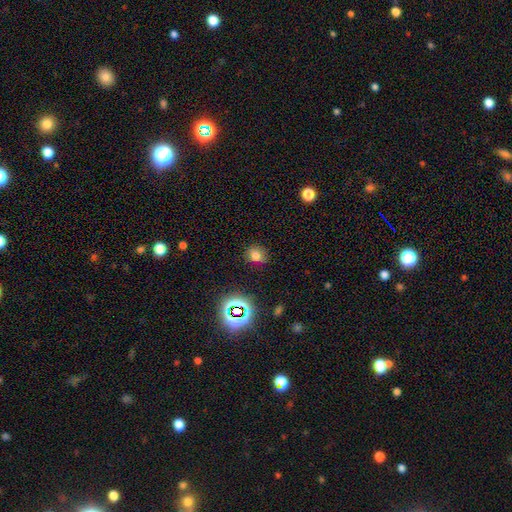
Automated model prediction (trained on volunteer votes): Morphology: type=smooth (70%); roundness=round (63%); merging=none (79%).